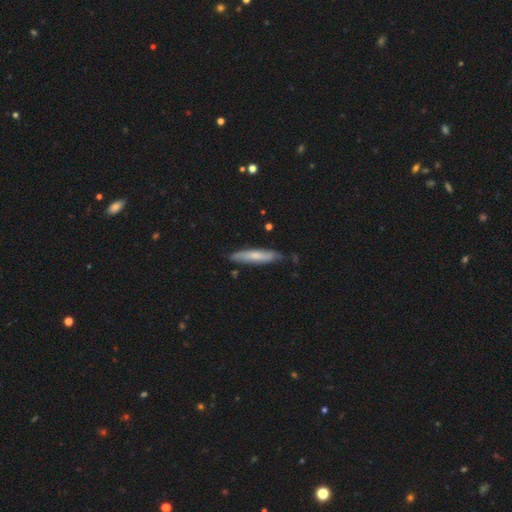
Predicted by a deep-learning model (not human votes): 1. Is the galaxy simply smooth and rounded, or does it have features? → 58% smooth, 36% featured or disk, 5% star or artifact.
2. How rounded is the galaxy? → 86% cigar-shaped, 13% in between, 1% round.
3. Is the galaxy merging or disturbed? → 76% none, 19% minor disturbance, 3% major disturbance, 2% merger.